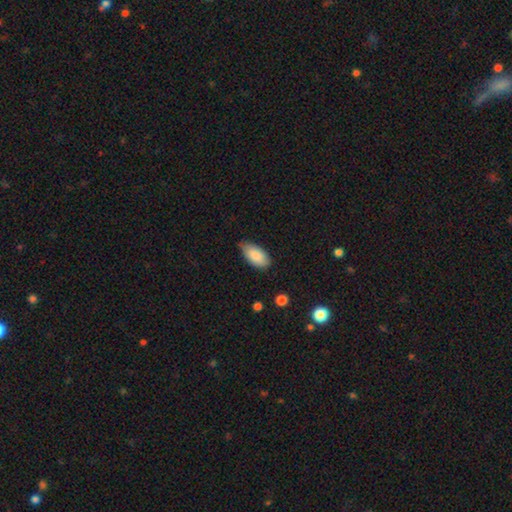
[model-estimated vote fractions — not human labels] A smooth galaxy with no disk features (86%) that is in between round and cigar-shaped (94%). Merging: none (66%).